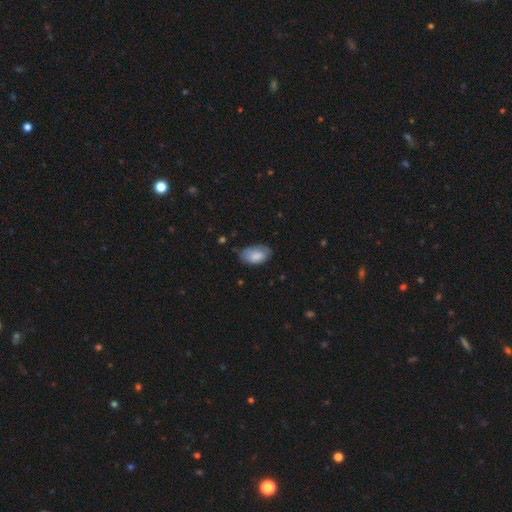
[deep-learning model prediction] Smooth or featured?
  - smooth: 82% *
  - featured or disk: 11%
  - star or artifact: 7%
How rounded?
  - in between: 94% *
  - round: 5%
  - cigar-shaped: 2%
Merging?
  - none: 58% *
  - minor disturbance: 33%
  - major disturbance: 7%
  - merger: 2%